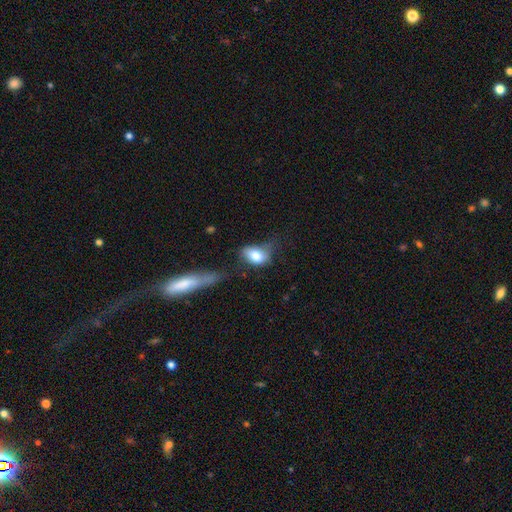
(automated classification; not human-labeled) Q: Smooth or featured?
A: smooth (76%); runner-up: featured or disk (16%)
Q: How rounded?
A: in between (84%); runner-up: round (14%)
Q: Merging?
A: none (32%); tied with: minor disturbance (32%)